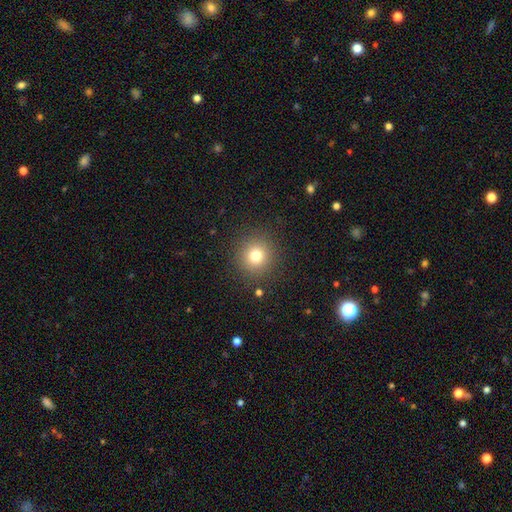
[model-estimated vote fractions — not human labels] Q: Smooth or featured?
A: smooth (77%); runner-up: star or artifact (15%)
Q: How rounded?
A: round (94%); runner-up: in between (5%)
Q: Merging?
A: none (90%); runner-up: minor disturbance (6%)